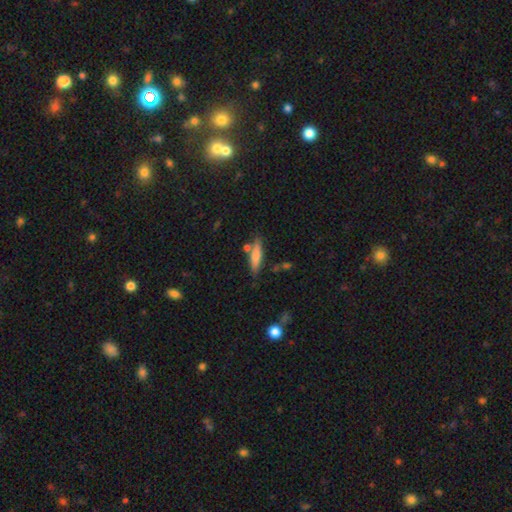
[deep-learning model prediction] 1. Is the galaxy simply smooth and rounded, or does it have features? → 74% smooth, 19% featured or disk, 7% star or artifact.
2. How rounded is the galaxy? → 74% cigar-shaped, 24% in between, 2% round.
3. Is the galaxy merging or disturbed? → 74% none, 14% minor disturbance, 9% merger, 3% major disturbance.